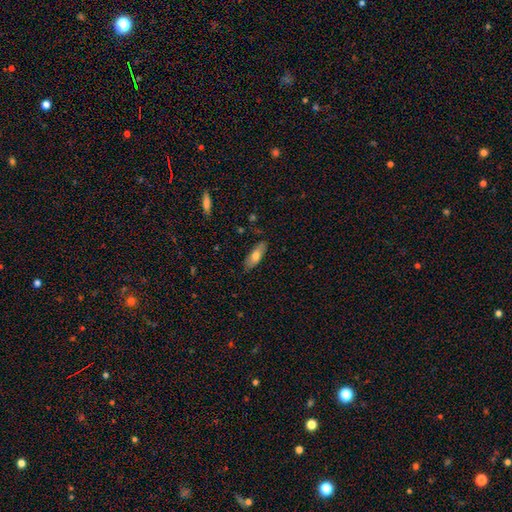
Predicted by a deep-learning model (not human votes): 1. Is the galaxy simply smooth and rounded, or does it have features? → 72% smooth, 22% featured or disk, 6% star or artifact.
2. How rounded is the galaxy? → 66% in between, 31% cigar-shaped, 2% round.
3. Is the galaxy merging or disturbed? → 83% none, 13% minor disturbance, 2% major disturbance, 1% merger.